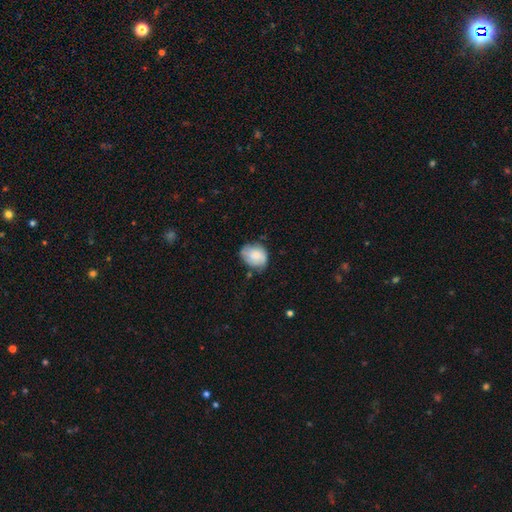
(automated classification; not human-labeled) Smooth or featured: smooth — 70% (featured or disk — 23%)
How rounded: round — 50% (in between — 49%)
Merging: none — 58% (minor disturbance — 31%)